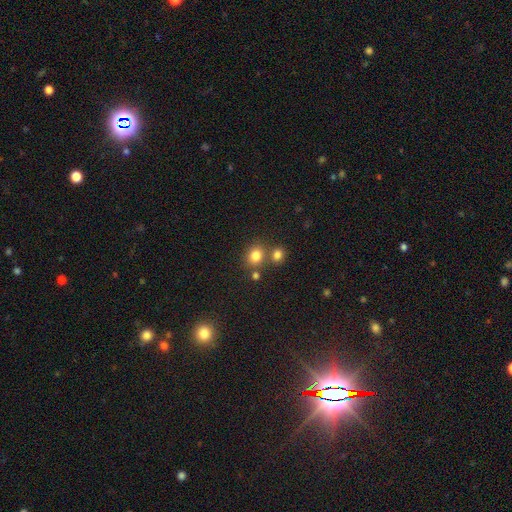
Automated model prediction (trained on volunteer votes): Smooth or featured?
  - smooth: 80% *
  - star or artifact: 13%
  - featured or disk: 6%
How rounded?
  - round: 72% *
  - in between: 27%
  - cigar-shaped: 1%
Merging?
  - none: 64% *
  - merger: 22%
  - minor disturbance: 10%
  - major disturbance: 4%